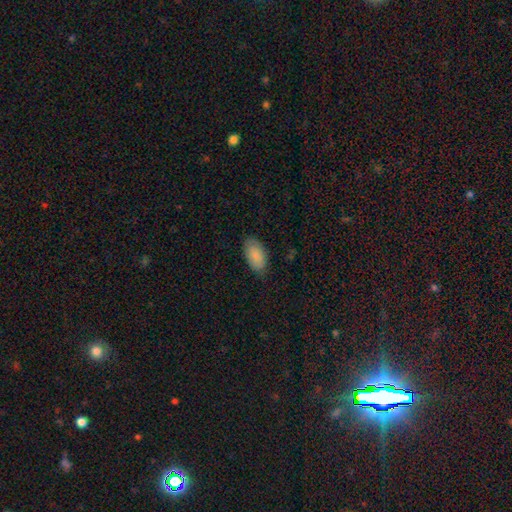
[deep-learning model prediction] A smooth galaxy with no disk features (88%) that is in between round and cigar-shaped (95%). Merging: none (81%).